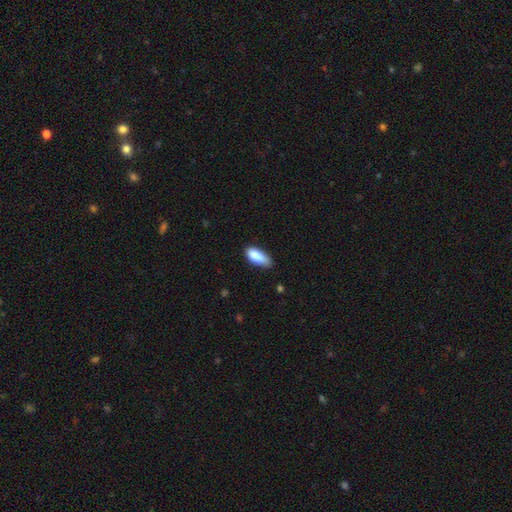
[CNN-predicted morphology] A smooth galaxy with no disk features (86%) that is in between round and cigar-shaped (83%). Merging: none (59%).